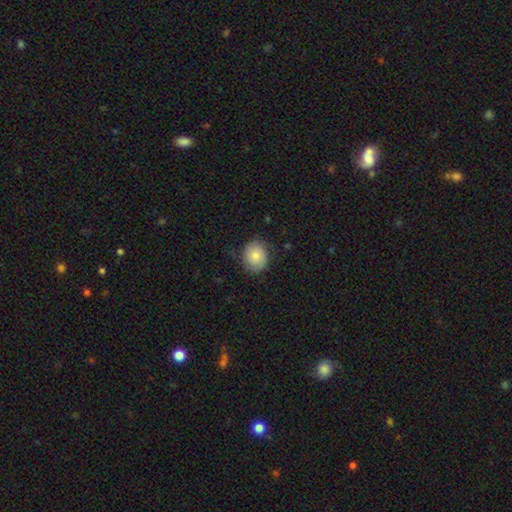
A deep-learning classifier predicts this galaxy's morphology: Smooth or featured? smooth (67%)
How rounded? round (67%)
Merging? none (71%)